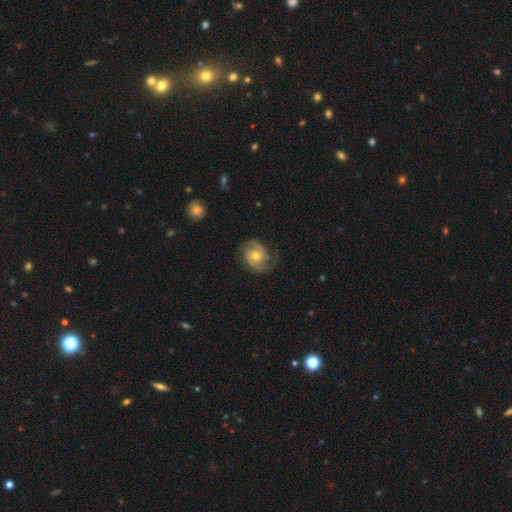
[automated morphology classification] Q: Smooth or featured?
A: featured or disk (83%); runner-up: smooth (11%)
Q: Edge-on disk?
A: no (98%); runner-up: yes (2%)
Q: Bar?
A: no (70%); runner-up: weak (25%)
Q: Spiral arms?
A: yes (96%); runner-up: no (4%)
Q: Spiral winding?
A: tight (45%); runner-up: medium (42%)
Q: Spiral arm count?
A: 2 (74%); runner-up: 3 (9%)
Q: Bulge size?
A: moderate (70%); runner-up: small (24%)
Q: Merging?
A: none (70%); runner-up: minor disturbance (19%)